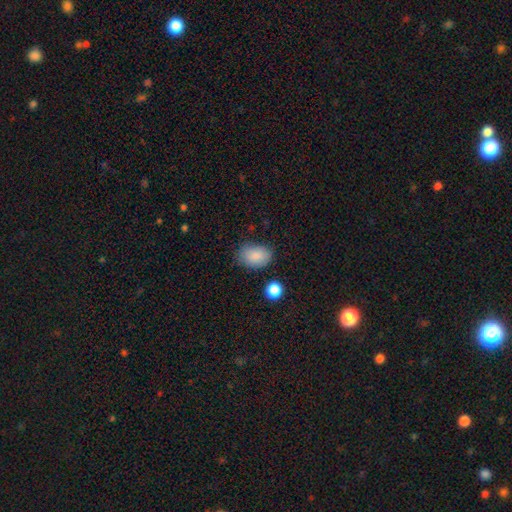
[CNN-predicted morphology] smooth_or_featured: smooth (p=0.86) [alt: star or artifact p=0.08]
how_rounded: in between (p=0.82) [alt: round p=0.17]
merging: none (p=0.77) [alt: minor disturbance p=0.16]